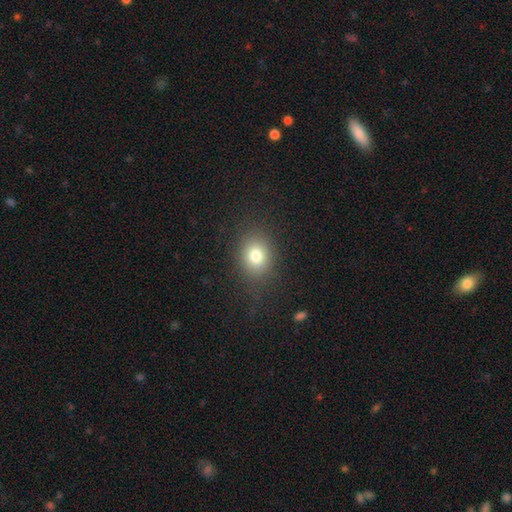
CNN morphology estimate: type=smooth (79%); roundness=round (55%); merging=none (82%).